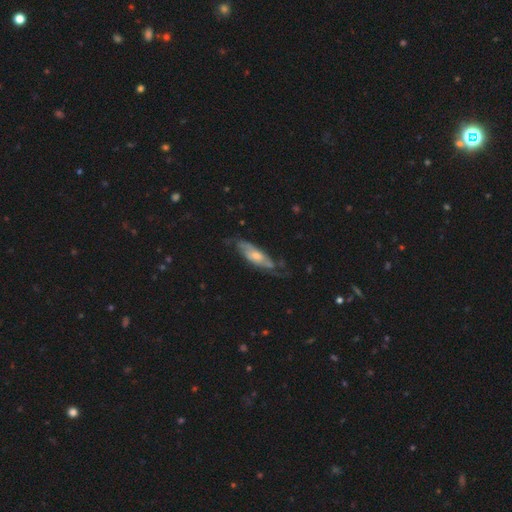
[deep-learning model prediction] Morphology: type=featured or disk (68%); edge-on=no (72%); merging=none (61%).